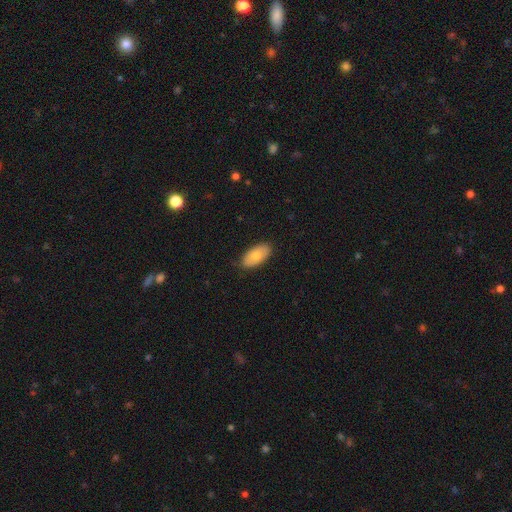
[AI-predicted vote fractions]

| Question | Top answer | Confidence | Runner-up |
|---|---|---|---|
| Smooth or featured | smooth | 73% | featured or disk (21%) |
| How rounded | in between | 95% | round (3%) |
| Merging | none | 84% | minor disturbance (13%) |